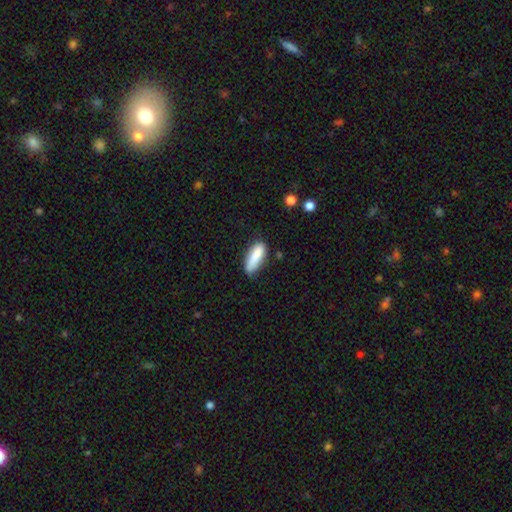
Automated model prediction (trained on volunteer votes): smooth-or-featured: smooth: 85% | featured or disk: 8% | star or artifact: 7%
  how-rounded: in between: 55% | cigar-shaped: 43% | round: 2%
  merging: none: 67% | minor disturbance: 24% | major disturbance: 5% | merger: 3%